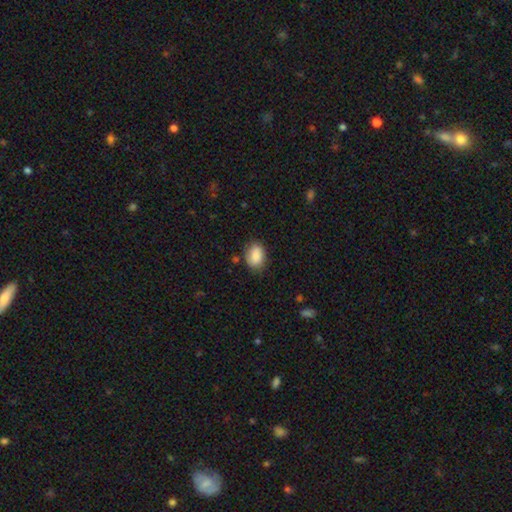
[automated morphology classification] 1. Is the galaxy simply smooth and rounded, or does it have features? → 85% smooth, 7% featured or disk, 7% star or artifact.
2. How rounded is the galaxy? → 78% in between, 21% round, 1% cigar-shaped.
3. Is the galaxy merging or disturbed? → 77% none, 17% minor disturbance, 4% major disturbance, 2% merger.